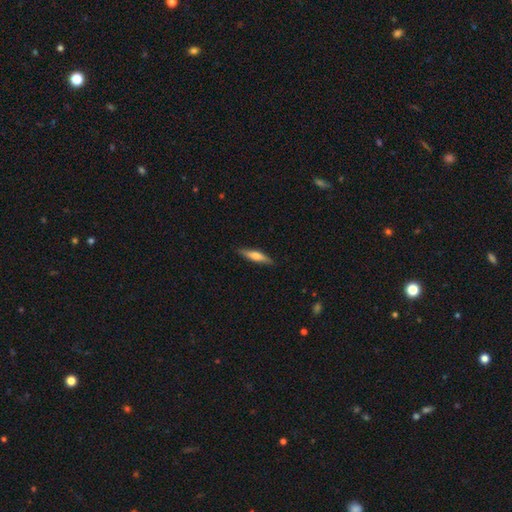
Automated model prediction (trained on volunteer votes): Overall: smooth (57%; featured or disk 38%). How rounded: cigar-shaped (80%). Merging: none (86%).